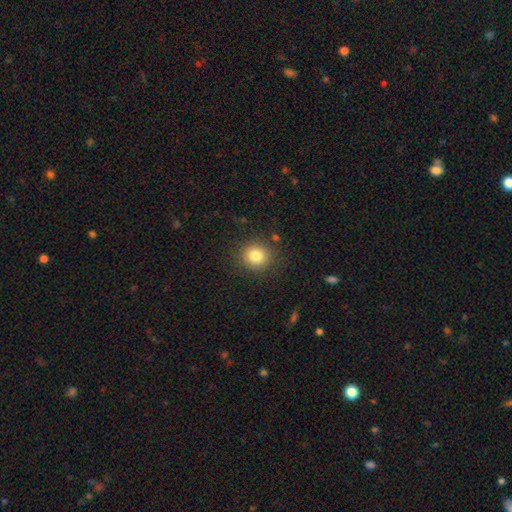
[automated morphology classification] Q: Smooth or featured?
A: smooth (80%); runner-up: star or artifact (12%)
Q: How rounded?
A: round (87%); runner-up: in between (12%)
Q: Merging?
A: none (88%); runner-up: minor disturbance (8%)